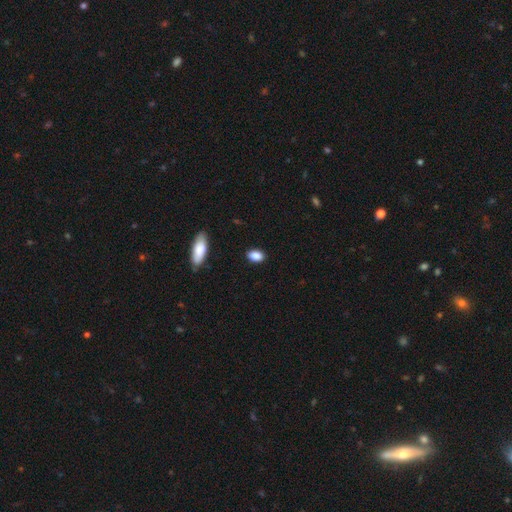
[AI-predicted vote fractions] This is clearly a smooth galaxy (88%). How rounded: clearly in between (88%). Merging: clearly none (86%).